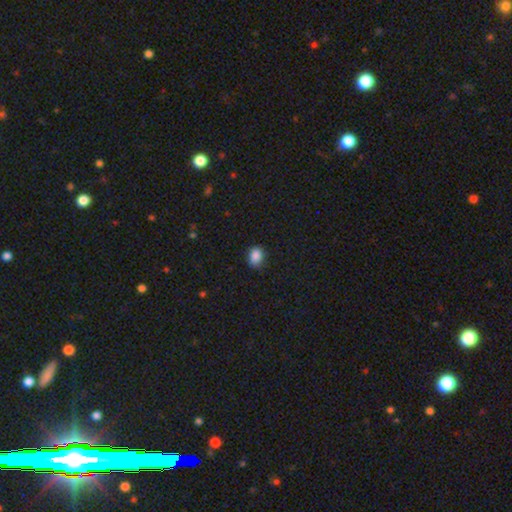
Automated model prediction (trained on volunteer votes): A smooth galaxy with no disk features (87%) that is in between round and cigar-shaped (58%). Merging: none (81%).